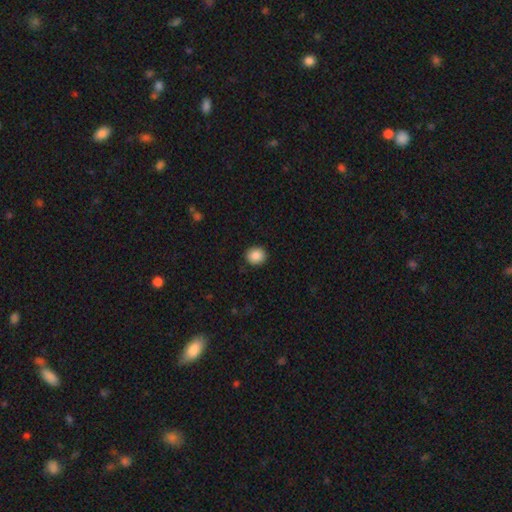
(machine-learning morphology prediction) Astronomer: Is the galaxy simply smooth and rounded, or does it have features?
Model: smooth — 89%.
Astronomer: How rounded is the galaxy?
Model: round — 82%.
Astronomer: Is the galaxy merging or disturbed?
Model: none — 91%.